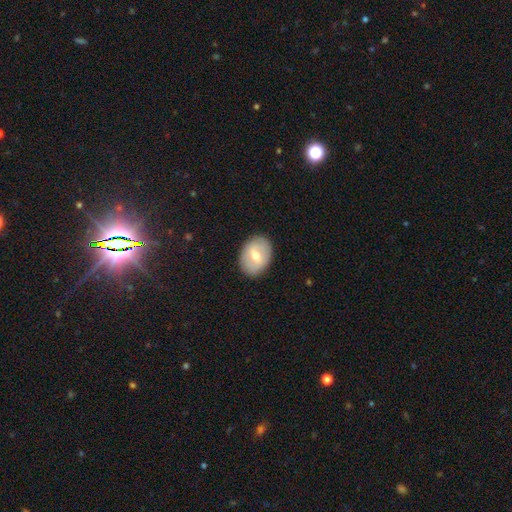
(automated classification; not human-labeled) Smooth or featured? smooth (57%)
How rounded? in between (71%)
Merging? none (87%)